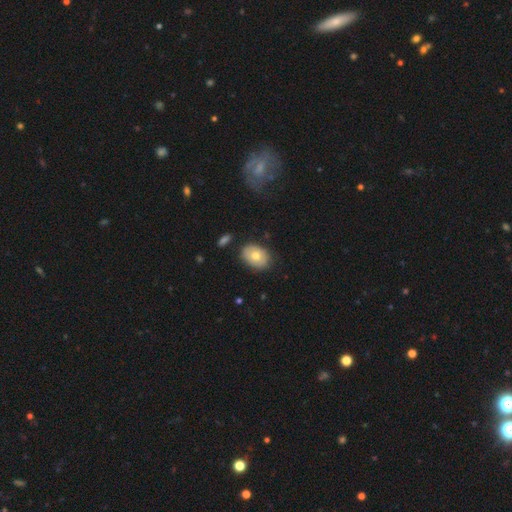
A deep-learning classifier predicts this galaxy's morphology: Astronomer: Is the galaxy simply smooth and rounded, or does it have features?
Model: smooth — 67%.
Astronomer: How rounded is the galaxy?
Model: in between — 74%.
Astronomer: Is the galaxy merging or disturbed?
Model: none — 80%.